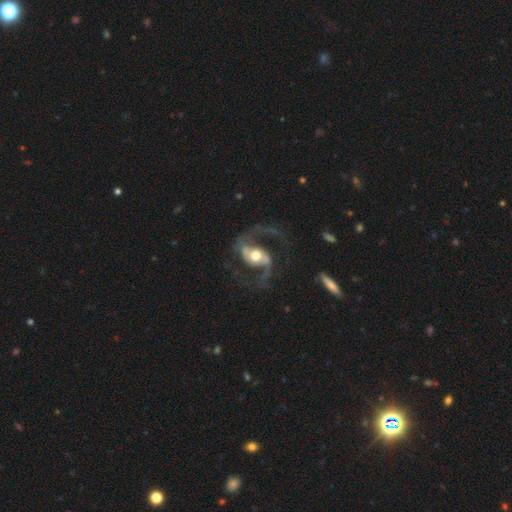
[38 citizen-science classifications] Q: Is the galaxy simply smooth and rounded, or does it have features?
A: featured or disk — 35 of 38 (92%).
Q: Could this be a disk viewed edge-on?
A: no — 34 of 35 (97%).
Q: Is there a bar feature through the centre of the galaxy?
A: weak — 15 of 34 (44%).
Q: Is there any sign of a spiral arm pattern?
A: yes — 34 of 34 (100%).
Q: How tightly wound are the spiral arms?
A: medium — 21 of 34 (62%).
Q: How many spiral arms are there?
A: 2 — 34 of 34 (100%).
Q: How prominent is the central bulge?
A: moderate — 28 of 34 (82%).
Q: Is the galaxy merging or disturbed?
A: none — 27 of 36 (75%).